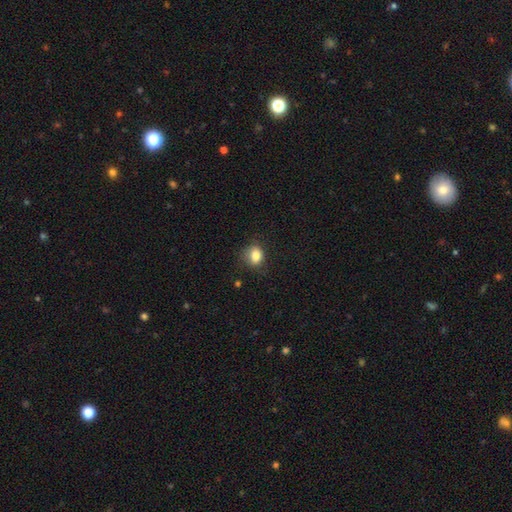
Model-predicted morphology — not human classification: This appears to be a smooth galaxy with no disk features (82%) that is in between round and cigar-shaped (51%). Merging: none (75%).